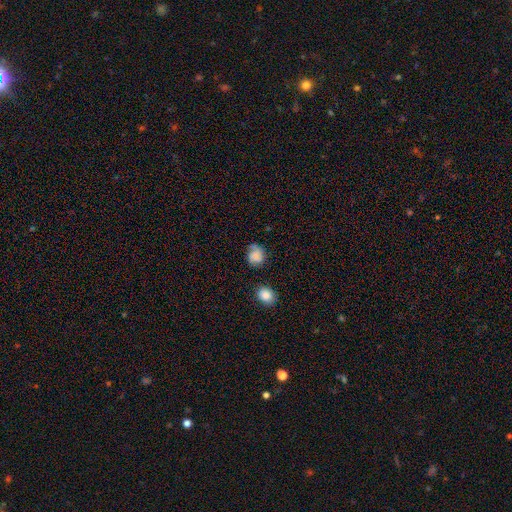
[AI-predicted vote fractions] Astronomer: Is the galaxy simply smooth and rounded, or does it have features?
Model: smooth — 75%.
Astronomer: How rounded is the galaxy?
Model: round — 62% (runner-up: in between, 37%).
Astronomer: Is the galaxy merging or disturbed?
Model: none — 56%.